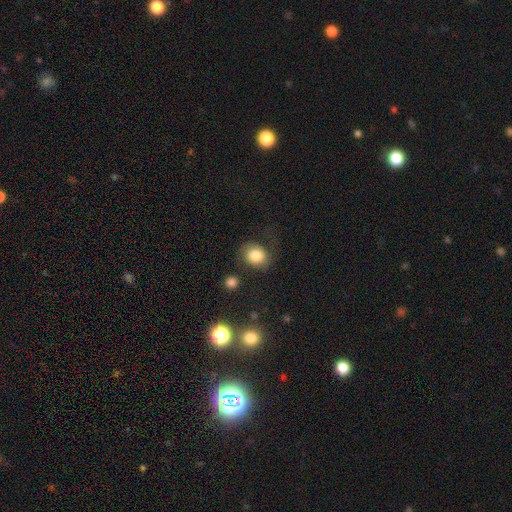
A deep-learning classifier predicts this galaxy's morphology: This is likely a smooth galaxy (76%). How rounded: likely round (65%). Merging: likely none (63%).